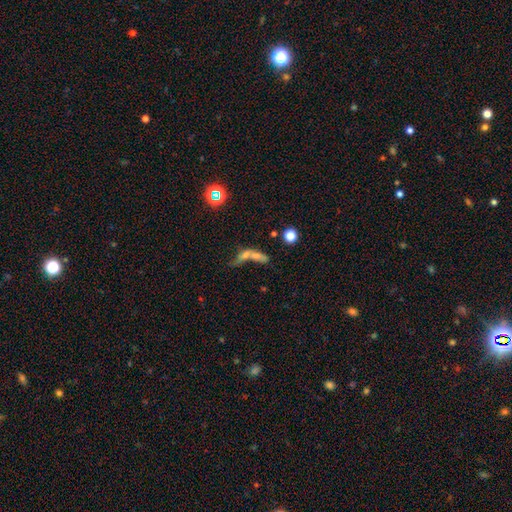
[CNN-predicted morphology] type=smooth (47%); merging=merger (60%).